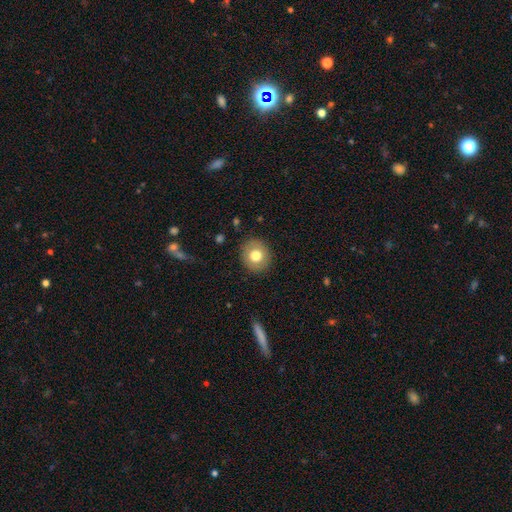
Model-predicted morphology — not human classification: smooth-or-featured: smooth: 76% | featured or disk: 15% | star or artifact: 9%
  how-rounded: round: 86% | in between: 14% | cigar-shaped: 1%
  merging: none: 89% | minor disturbance: 8% | major disturbance: 2% | merger: 1%